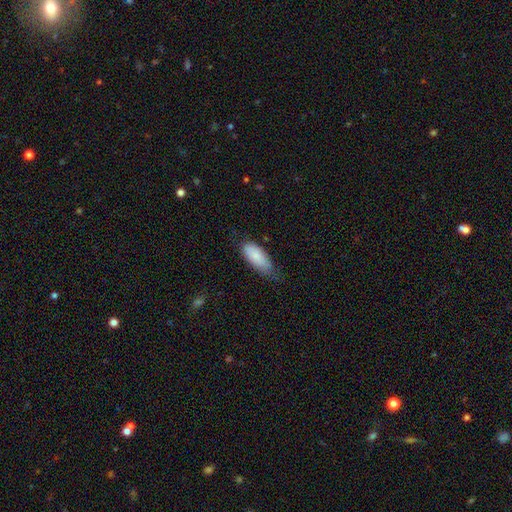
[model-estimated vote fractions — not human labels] This appears to be a smooth galaxy with no disk features (84%) that is in between round and cigar-shaped (84%). Merging: none (57%).